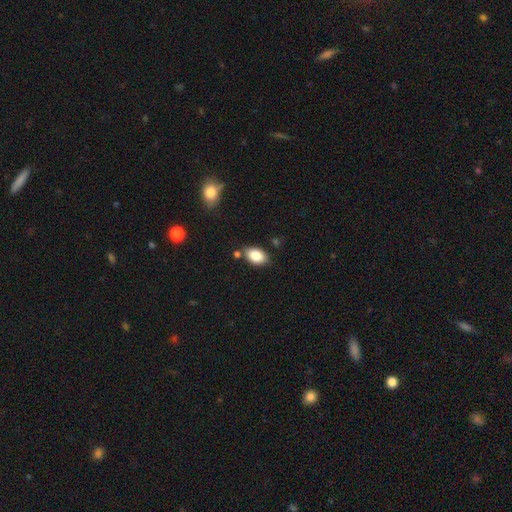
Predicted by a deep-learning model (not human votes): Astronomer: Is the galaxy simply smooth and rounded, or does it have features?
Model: smooth — 86%.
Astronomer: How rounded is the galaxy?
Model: in between — 89%.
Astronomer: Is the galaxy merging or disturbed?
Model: none — 76%.